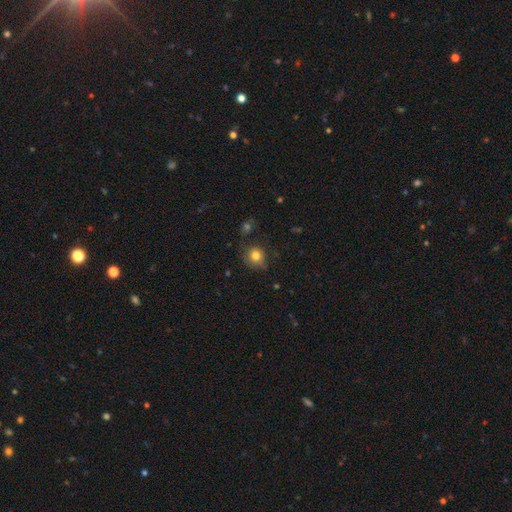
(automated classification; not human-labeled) This appears to be a smooth galaxy with no disk features (77%) that is round (78%). Merging: none (60%).